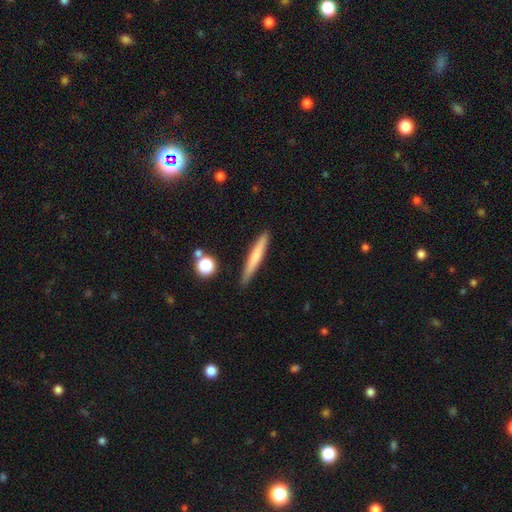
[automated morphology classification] Smooth or featured?
  - smooth: 64% *
  - featured or disk: 30%
  - star or artifact: 6%
How rounded?
  - cigar-shaped: 95% *
  - in between: 4%
  - round: 1%
Merging?
  - none: 87% *
  - minor disturbance: 9%
  - merger: 2%
  - major disturbance: 2%